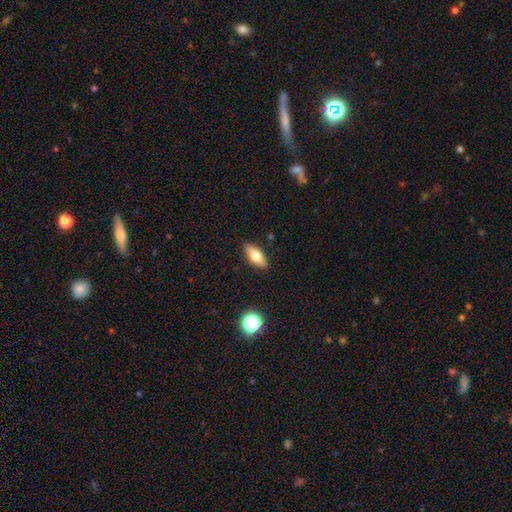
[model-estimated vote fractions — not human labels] This appears to be a smooth galaxy with no disk features (75%) that is in between round and cigar-shaped (79%). Merging: none (88%).